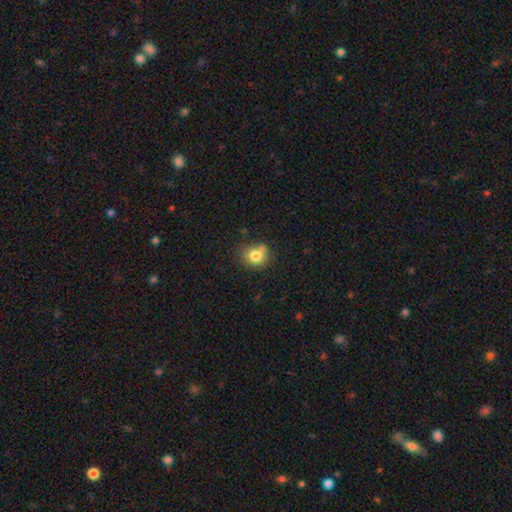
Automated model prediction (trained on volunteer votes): Q: Smooth or featured?
A: smooth (79%); runner-up: star or artifact (11%)
Q: How rounded?
A: round (78%); runner-up: in between (21%)
Q: Merging?
A: none (63%); runner-up: minor disturbance (17%)